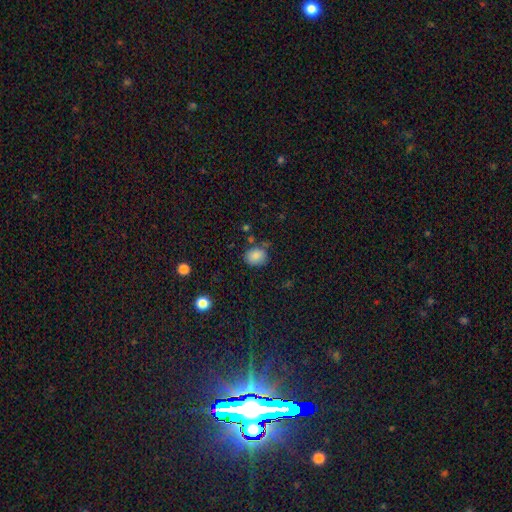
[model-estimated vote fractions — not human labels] Q: Smooth or featured?
A: smooth (85%); runner-up: star or artifact (10%)
Q: How rounded?
A: round (52%); runner-up: in between (47%)
Q: Merging?
A: none (70%); runner-up: minor disturbance (20%)